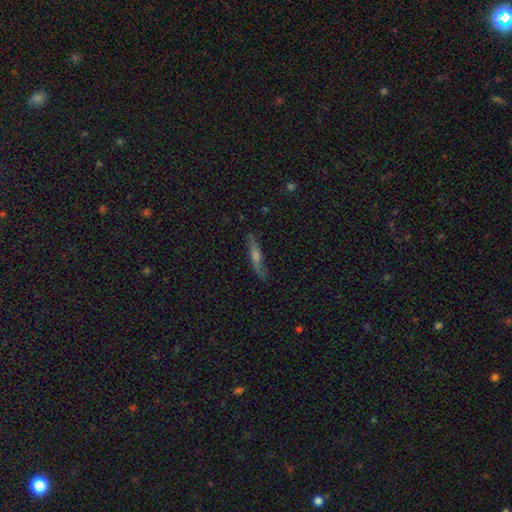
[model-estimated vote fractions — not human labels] The model was most divided on "smooth or featured": featured or disk: 55%, smooth: 36%, star or artifact: 10%. More confident: edge-on disk — yes (79%); merging — none (78%).